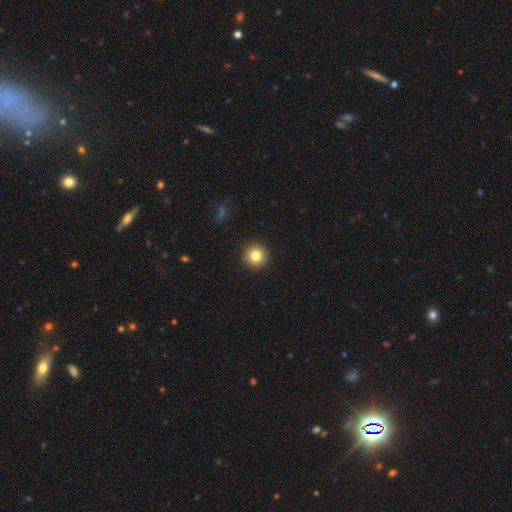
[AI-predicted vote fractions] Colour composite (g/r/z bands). It shows a smooth galaxy with no disk features (81%) that is round (95%). Merging: none (92%).